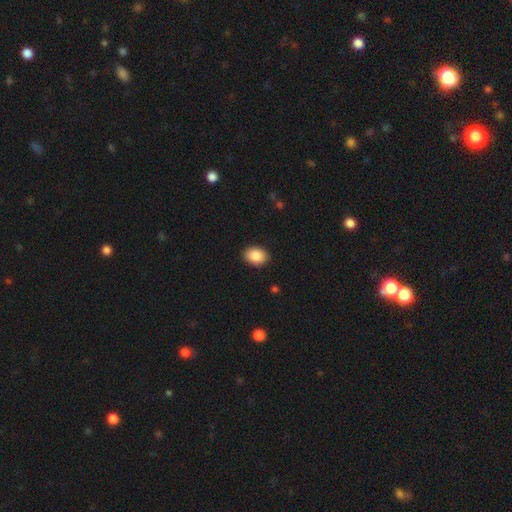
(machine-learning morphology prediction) This appears to be a smooth galaxy with no disk features (88%) that is in between round and cigar-shaped (72%). Merging: none (89%).